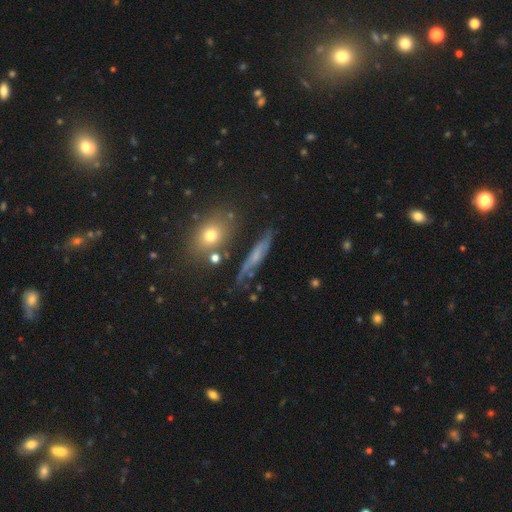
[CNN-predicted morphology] Smooth or featured? featured or disk (50%)
Merging? none (70%)